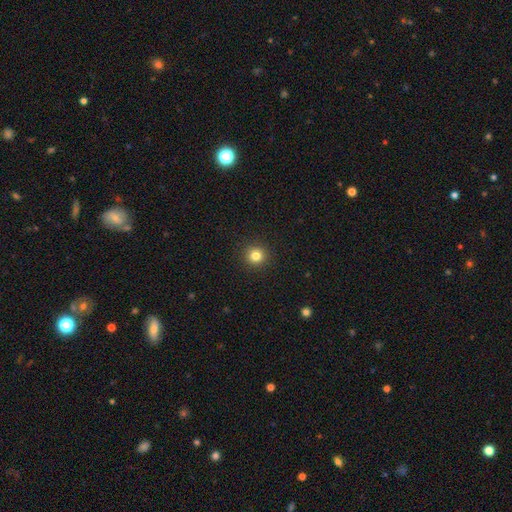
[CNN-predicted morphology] Smooth or featured? smooth (82%)
How rounded? round (95%)
Merging? none (93%)